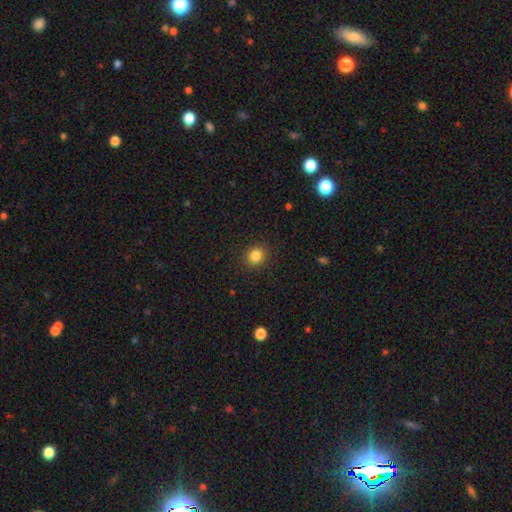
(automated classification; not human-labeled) Q: Smooth or featured?
A: smooth (84%); runner-up: star or artifact (11%)
Q: How rounded?
A: round (79%); runner-up: in between (20%)
Q: Merging?
A: none (89%); runner-up: minor disturbance (7%)